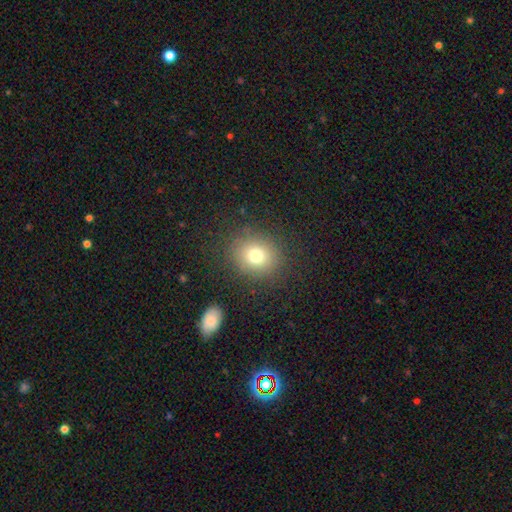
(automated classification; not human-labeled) Overall: smooth (75%). How rounded: round (75%). Merging: none (86%).